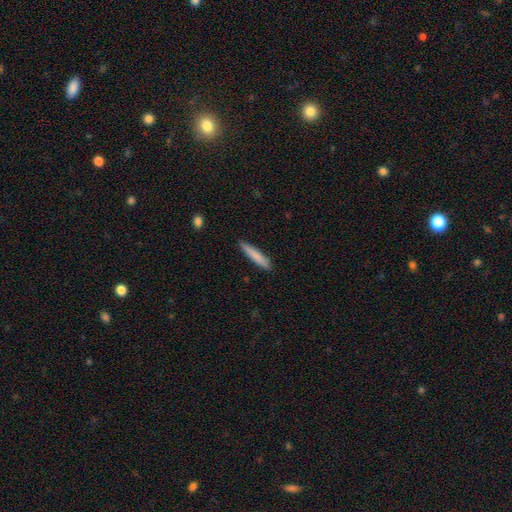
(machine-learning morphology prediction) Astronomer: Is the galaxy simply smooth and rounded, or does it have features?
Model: smooth — 81%.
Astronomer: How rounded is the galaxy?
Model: cigar-shaped — 92%.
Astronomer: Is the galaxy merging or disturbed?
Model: none — 89%.